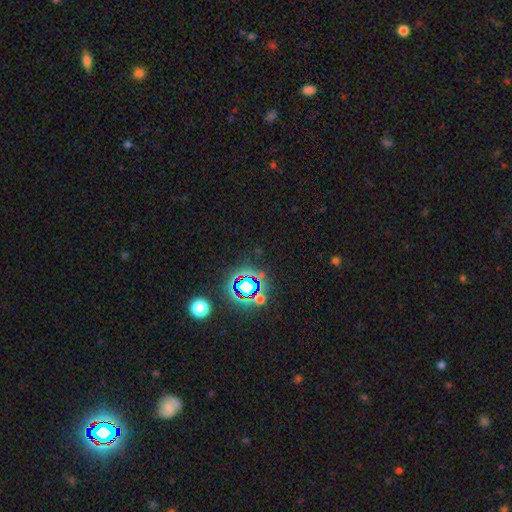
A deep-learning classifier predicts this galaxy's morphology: smooth_or_featured: star or artifact (p=0.76) [alt: smooth p=0.15]